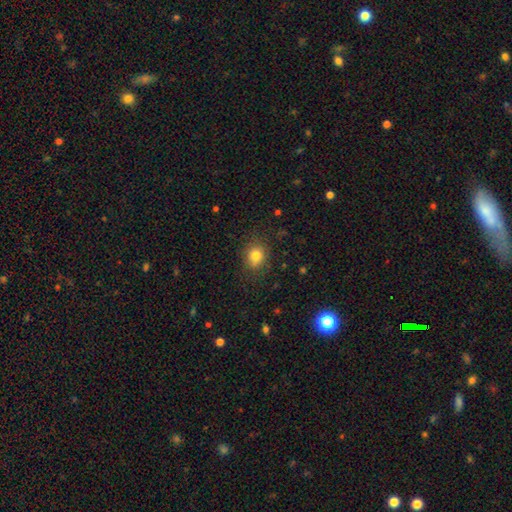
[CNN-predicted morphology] Smooth or featured?
  - smooth: 80% *
  - star or artifact: 12%
  - featured or disk: 8%
How rounded?
  - round: 65% *
  - in between: 34%
  - cigar-shaped: 1%
Merging?
  - none: 81% *
  - minor disturbance: 13%
  - major disturbance: 4%
  - merger: 2%